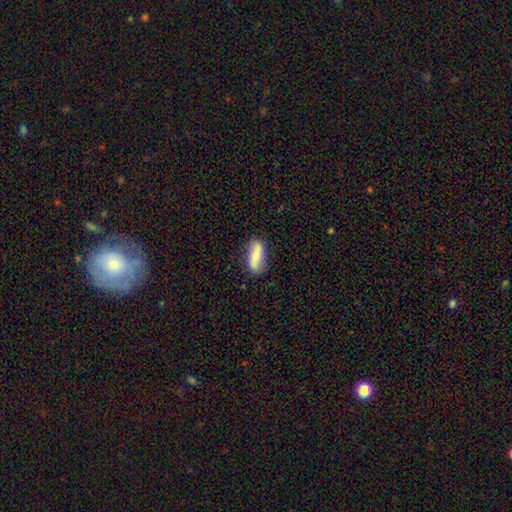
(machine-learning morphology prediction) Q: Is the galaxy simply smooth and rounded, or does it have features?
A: smooth — 65%.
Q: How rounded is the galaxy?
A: in between — 72%.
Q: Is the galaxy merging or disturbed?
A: none — 78%.